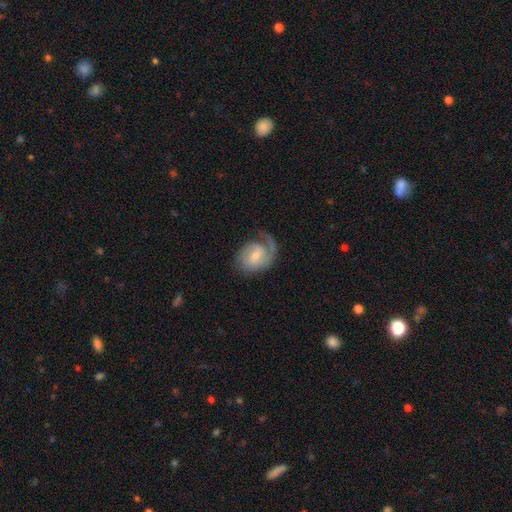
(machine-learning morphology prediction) This appears to be a featured or disk galaxy (78%) with a weak bar (53%), 1 (49%) medium (42%) spiral arms (94%) and a small central bulge (52%). Merging: none (56%).